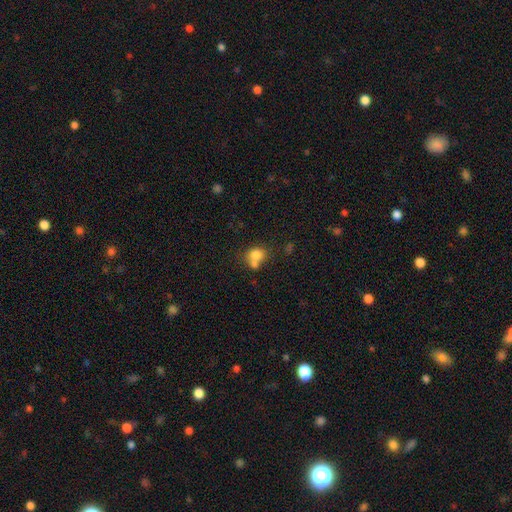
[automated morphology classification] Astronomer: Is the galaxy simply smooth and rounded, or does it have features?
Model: smooth — 78%.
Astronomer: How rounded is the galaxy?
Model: round — 64%.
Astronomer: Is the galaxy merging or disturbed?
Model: merger — 49% (runner-up: none, 37%).